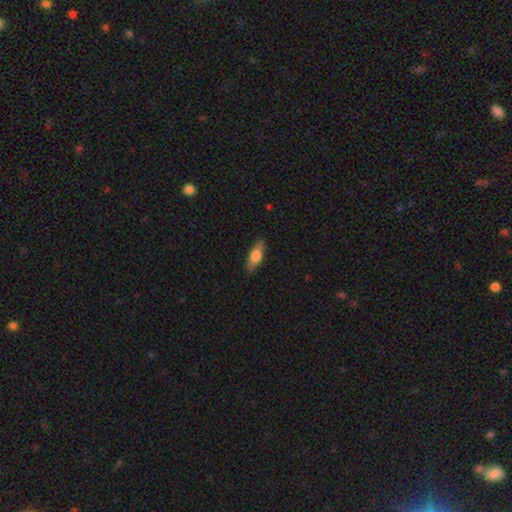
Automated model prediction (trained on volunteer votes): smooth-or-featured: smooth: 66% | featured or disk: 28% | star or artifact: 6%
  how-rounded: in between: 61% | cigar-shaped: 36% | round: 3%
  merging: none: 86% | minor disturbance: 11% | major disturbance: 2% | merger: 1%